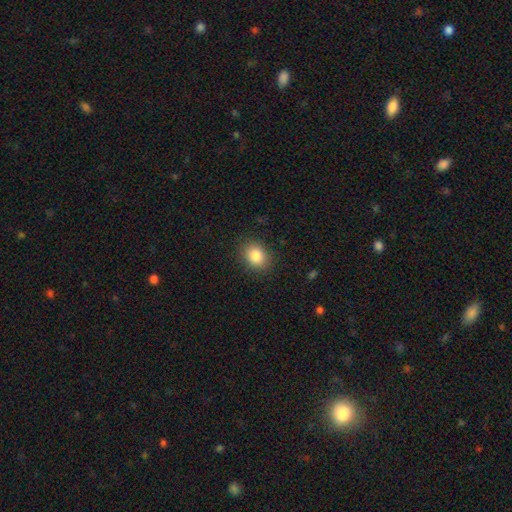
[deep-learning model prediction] Smooth or featured? smooth (85%)
How rounded? round (54%)
Merging? none (87%)